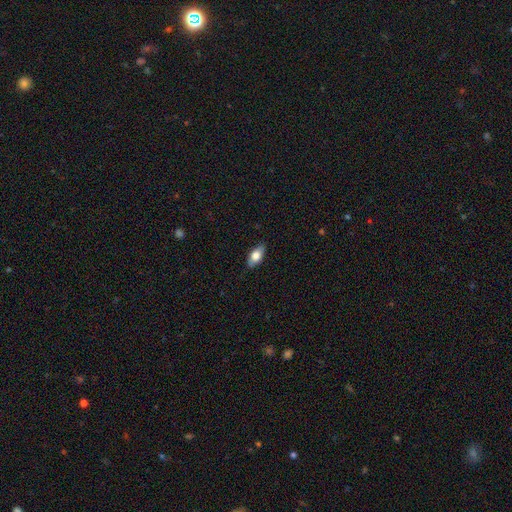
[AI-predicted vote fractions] The model was most divided on "smooth or featured": smooth: 70%, featured or disk: 23%, star or artifact: 7%. More confident: how rounded — in between (87%); merging — none (84%).